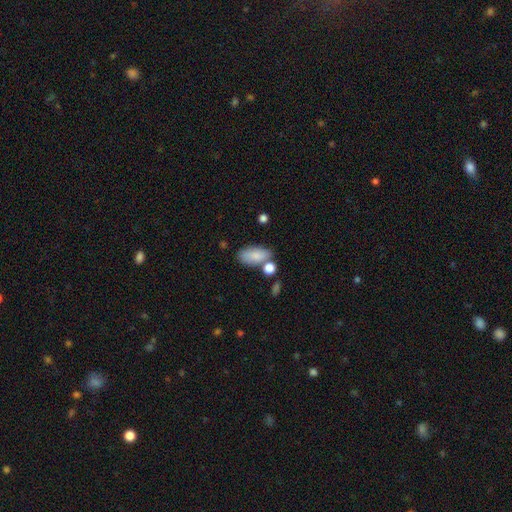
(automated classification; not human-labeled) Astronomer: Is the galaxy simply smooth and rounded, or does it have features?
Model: smooth — 82%.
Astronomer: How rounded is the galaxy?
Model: in between — 89%.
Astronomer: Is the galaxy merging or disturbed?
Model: none — 57%.